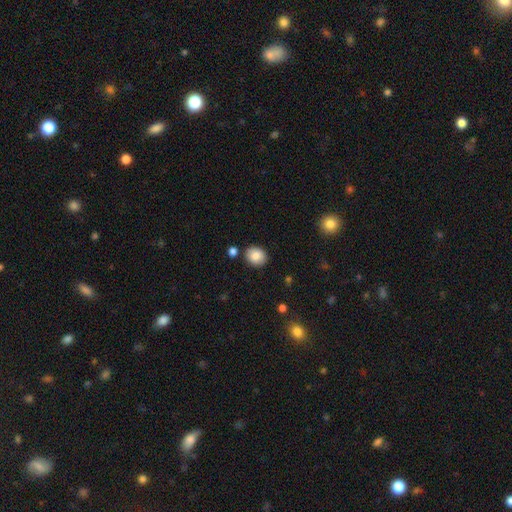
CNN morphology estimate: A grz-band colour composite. It shows a smooth galaxy with no disk features (85%) that is round (63%). Merging: none (84%).